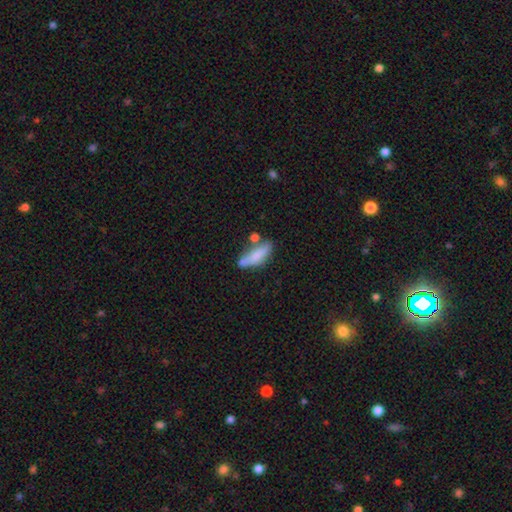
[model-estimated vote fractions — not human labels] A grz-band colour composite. It shows a smooth galaxy with no disk features (70%) that is cigar-shaped (54%). Merging: none (54%).